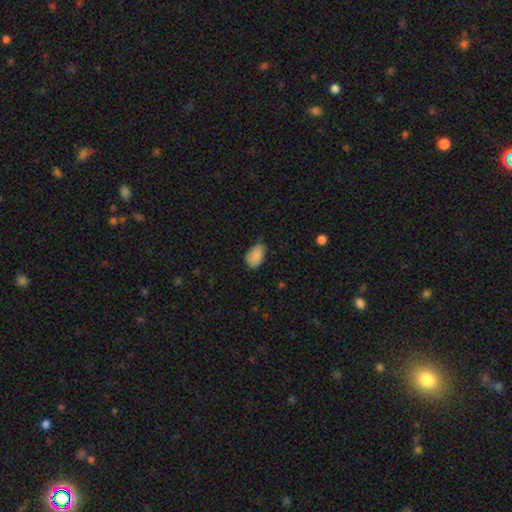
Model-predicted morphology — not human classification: A smooth galaxy with no disk features (87%) that is in between round and cigar-shaped (89%).

Vote fractions:
- Smooth or featured? smooth: 87% / star or artifact: 8% / featured or disk: 5%
- How rounded? in between: 89% / round: 10% / cigar-shaped: 1%
- Merging? none: 60% / minor disturbance: 33% / major disturbance: 5% / merger: 1%